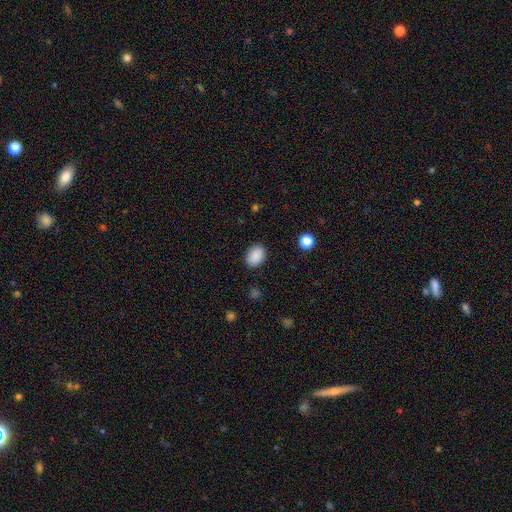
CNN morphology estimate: Overall: smooth (89%). How rounded: in between (74%). Merging: none (86%).